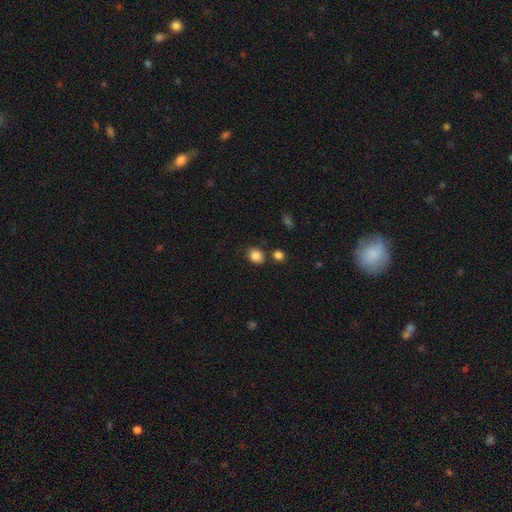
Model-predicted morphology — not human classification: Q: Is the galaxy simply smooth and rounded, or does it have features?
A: smooth — 86%.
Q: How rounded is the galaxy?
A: round — 53%.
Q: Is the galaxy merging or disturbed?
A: none — 77%.